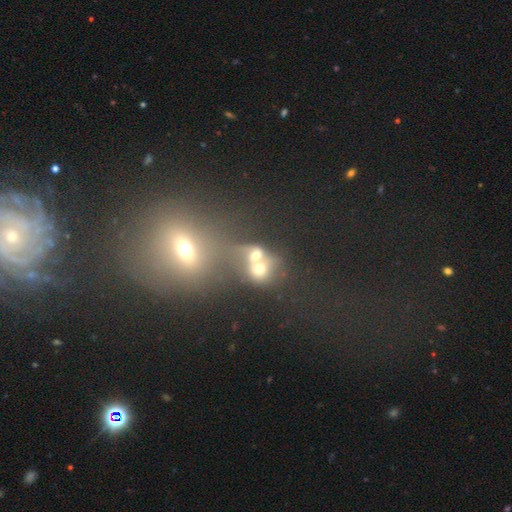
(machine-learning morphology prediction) Smooth or featured? smooth (60%)
How rounded? round (71%)
Merging? merger (66%)